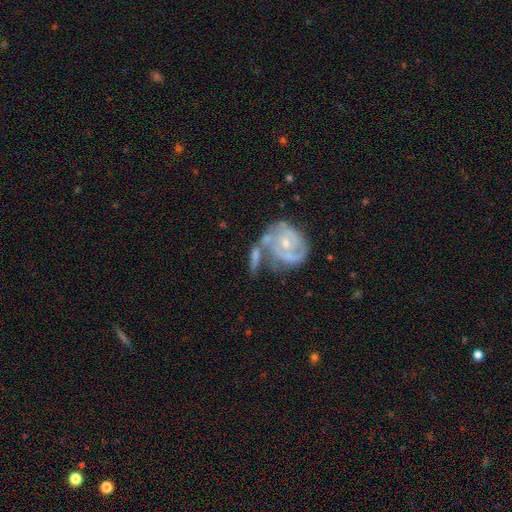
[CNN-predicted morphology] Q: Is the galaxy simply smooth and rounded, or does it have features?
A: featured or disk — 67%.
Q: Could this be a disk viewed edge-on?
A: no — 90%.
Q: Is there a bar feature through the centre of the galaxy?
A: no — 57%.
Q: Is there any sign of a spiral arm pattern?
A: yes — 75%.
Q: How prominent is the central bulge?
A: small — 48%.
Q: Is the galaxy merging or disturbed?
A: merger — 35%, tied with none.